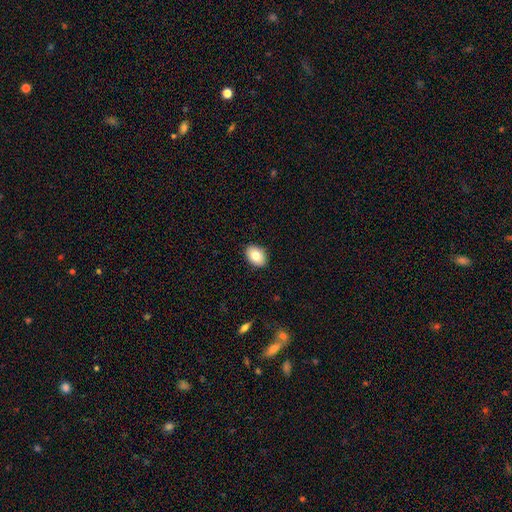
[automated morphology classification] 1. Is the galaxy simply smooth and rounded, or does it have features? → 80% smooth, 12% featured or disk, 8% star or artifact.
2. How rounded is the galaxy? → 82% in between, 17% round, 1% cigar-shaped.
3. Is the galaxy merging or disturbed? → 89% none, 8% minor disturbance, 2% major disturbance, 1% merger.